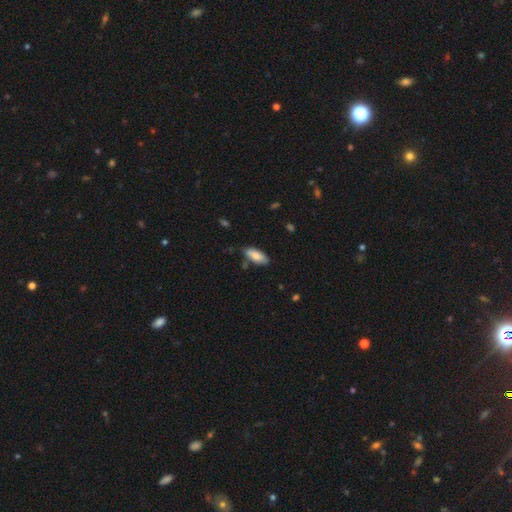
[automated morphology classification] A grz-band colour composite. It shows a smooth galaxy with no disk features (81%) that is in between round and cigar-shaped (82%). Merging: none (79%).